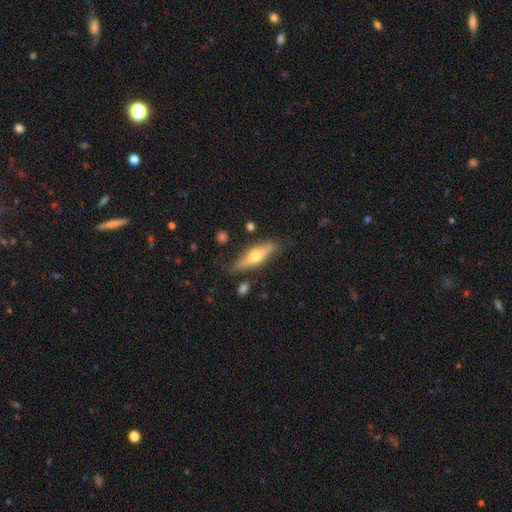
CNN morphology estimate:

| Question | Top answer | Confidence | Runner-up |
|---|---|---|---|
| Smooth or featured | featured or disk | 56% | smooth (38%) |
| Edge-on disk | yes | 91% | no (9%) |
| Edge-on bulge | rounded | 94% | boxy (3%) |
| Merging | none | 82% | minor disturbance (13%) |